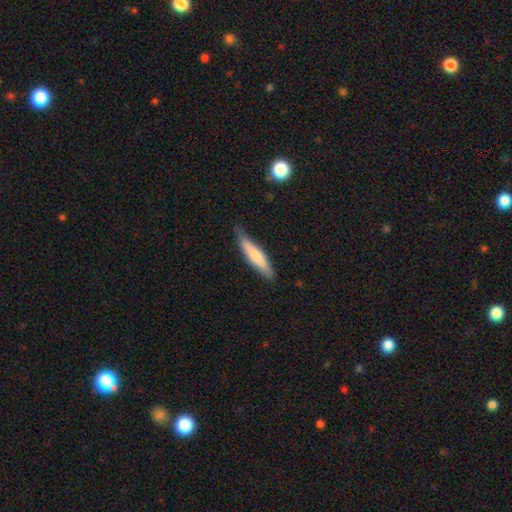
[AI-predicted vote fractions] Smooth or featured? Predicted: smooth (p=0.69). How rounded? Predicted: cigar-shaped (p=0.83). Merging? Predicted: none (p=0.78).